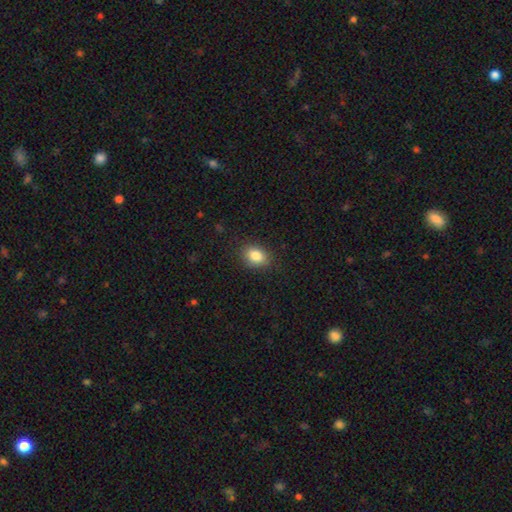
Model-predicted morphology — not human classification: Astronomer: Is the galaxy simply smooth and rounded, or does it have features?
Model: smooth — 84%.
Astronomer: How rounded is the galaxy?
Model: in between — 70%.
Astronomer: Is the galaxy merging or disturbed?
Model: none — 86%.